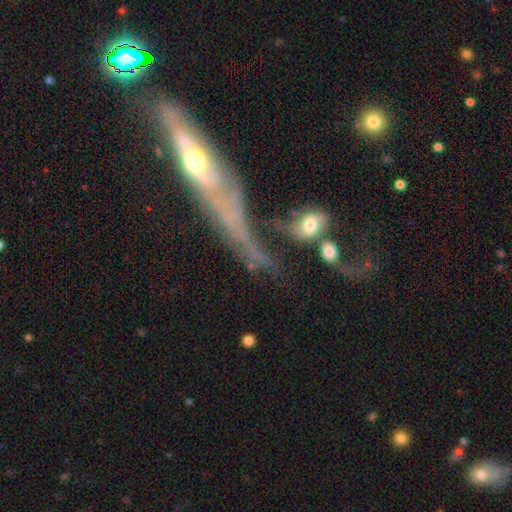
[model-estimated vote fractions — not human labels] Smooth or featured? Predicted: featured or disk (p=0.44). Merging? Predicted: merger (p=0.32).